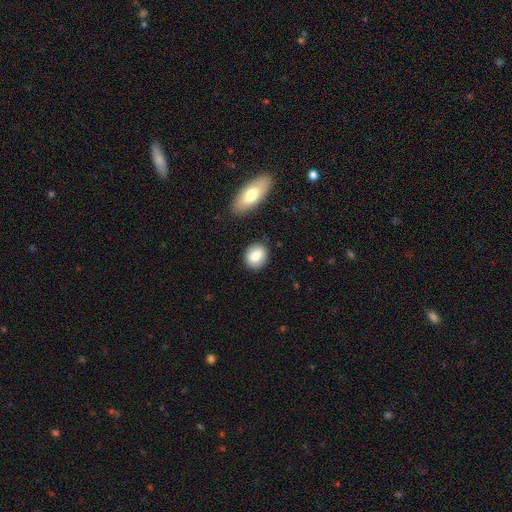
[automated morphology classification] smooth_or_featured: smooth (p=0.82) [alt: featured or disk p=0.11]
how_rounded: round (p=0.53) [alt: in between p=0.45]
merging: none (p=0.85) [alt: minor disturbance p=0.09]